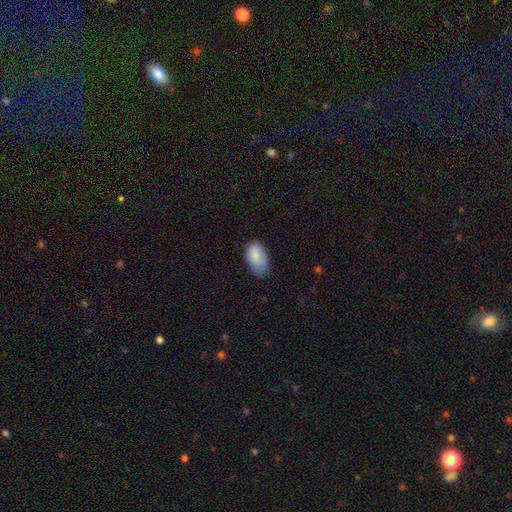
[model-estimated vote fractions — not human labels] Smooth or featured? Predicted: smooth (p=0.85). How rounded? Predicted: in between (p=0.93). Merging? Predicted: none (p=0.47).